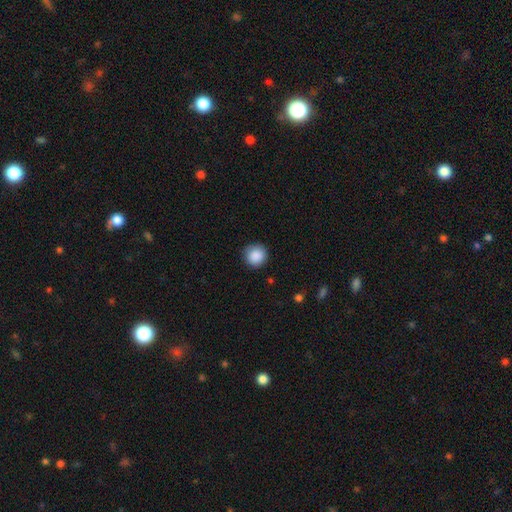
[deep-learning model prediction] smooth_or_featured: smooth (p=0.88) [alt: star or artifact p=0.08]
how_rounded: round (p=0.94) [alt: in between p=0.05]
merging: none (p=0.88) [alt: minor disturbance p=0.09]